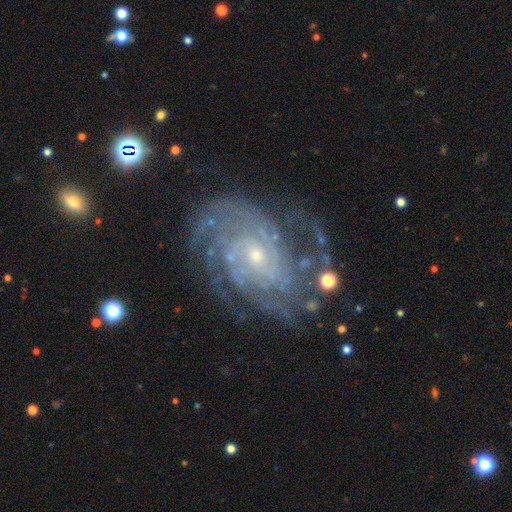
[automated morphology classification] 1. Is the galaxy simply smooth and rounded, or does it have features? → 89% featured or disk, 7% star or artifact, 5% smooth.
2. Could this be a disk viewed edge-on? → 97% no, 3% yes.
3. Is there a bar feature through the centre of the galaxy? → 68% no, 25% weak, 7% strong.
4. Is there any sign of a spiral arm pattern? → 97% yes, 3% no.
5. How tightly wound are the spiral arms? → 69% tight, 26% medium, 5% loose.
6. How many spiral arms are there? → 29% can't tell, 21% 4, 15% 3, 15% more than 4, 13% 2, 7% 1.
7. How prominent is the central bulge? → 76% small, 19% moderate, 2% none, 1% large, 1% dominant.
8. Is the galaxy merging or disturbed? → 69% none, 18% minor disturbance, 10% major disturbance, 3% merger.